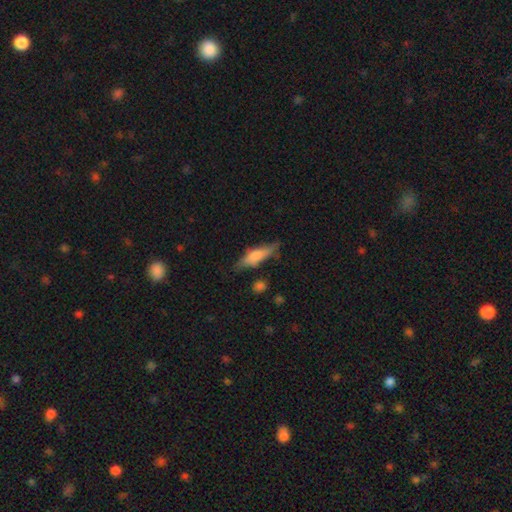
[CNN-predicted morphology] Smooth or featured? smooth (54%)
How rounded? cigar-shaped (66%)
Merging? none (73%)